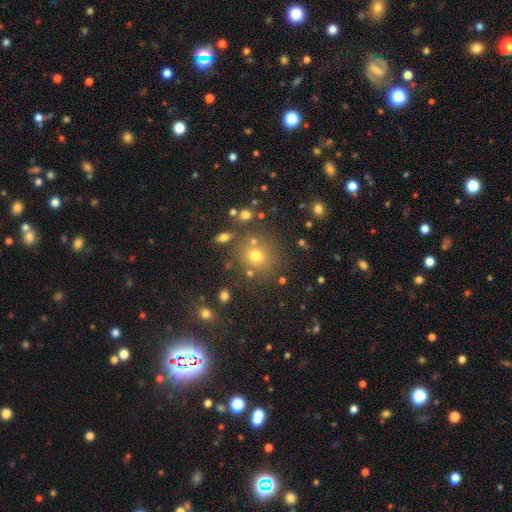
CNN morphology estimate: Smooth or featured? smooth (71%)
How rounded? round (86%)
Merging? none (77%)